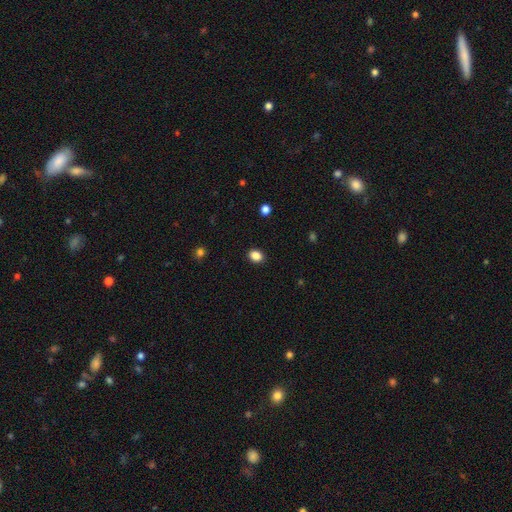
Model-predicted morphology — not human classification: smooth 87%, star or artifact 10%, featured or disk 3%. Down the decision tree: how rounded — in between (59%); merging — none (90%).